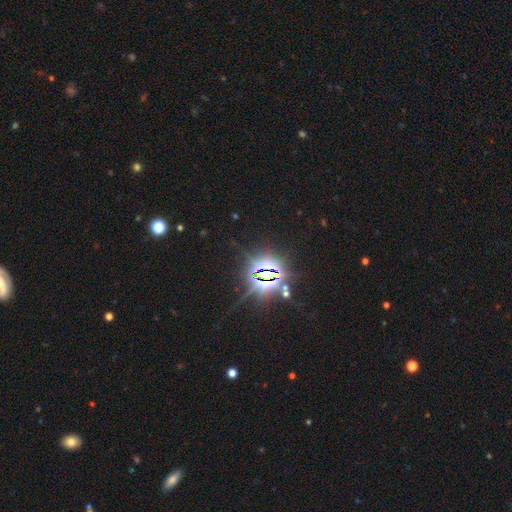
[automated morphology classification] star or artifact 86%, smooth 7%, featured or disk 7%.